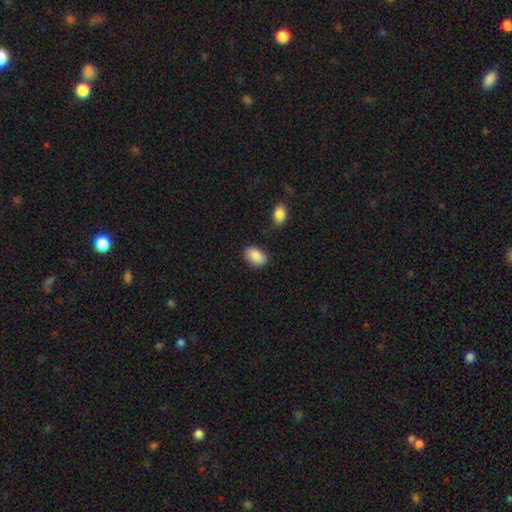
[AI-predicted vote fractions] The model was most divided on "merging": none: 82%, minor disturbance: 12%, merger: 3%, major disturbance: 3%. More confident: smooth or featured — smooth (88%); how rounded — in between (87%).